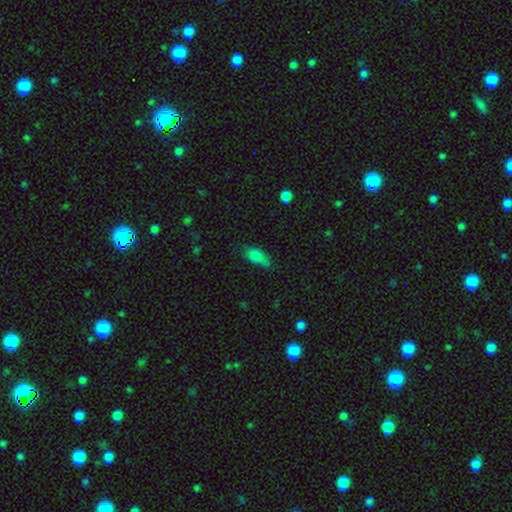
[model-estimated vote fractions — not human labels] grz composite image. It shows a smooth galaxy with no disk features (81%) that is in between round and cigar-shaped (82%). Merging: none (45%).